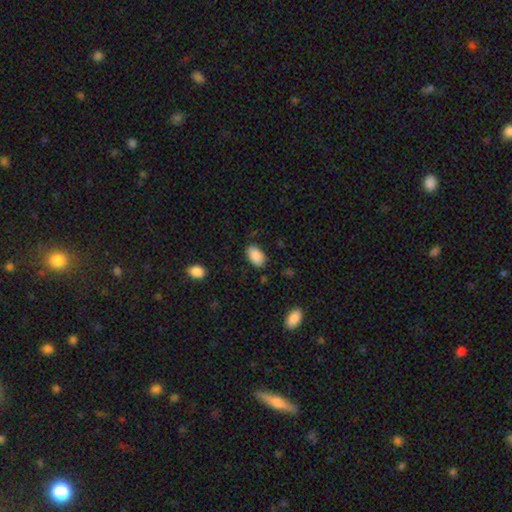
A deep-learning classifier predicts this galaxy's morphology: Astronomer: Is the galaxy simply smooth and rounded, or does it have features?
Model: smooth — 89%.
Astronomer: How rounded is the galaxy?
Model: in between — 92%.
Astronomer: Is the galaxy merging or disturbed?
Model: none — 82%.